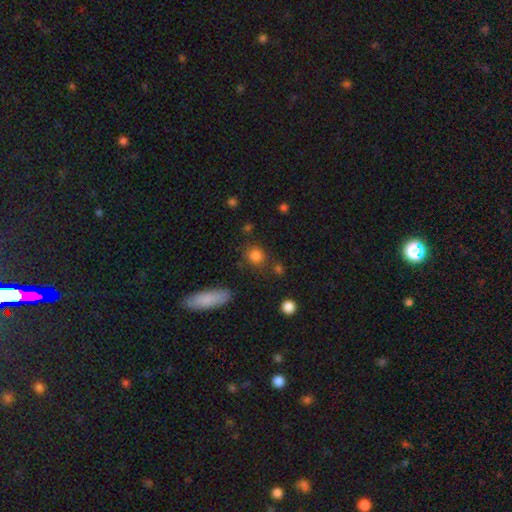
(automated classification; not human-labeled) smooth_or_featured: smooth (p=0.82) [alt: star or artifact p=0.12]
how_rounded: round (p=0.79) [alt: in between p=0.18]
merging: none (p=0.78) [alt: minor disturbance p=0.11]